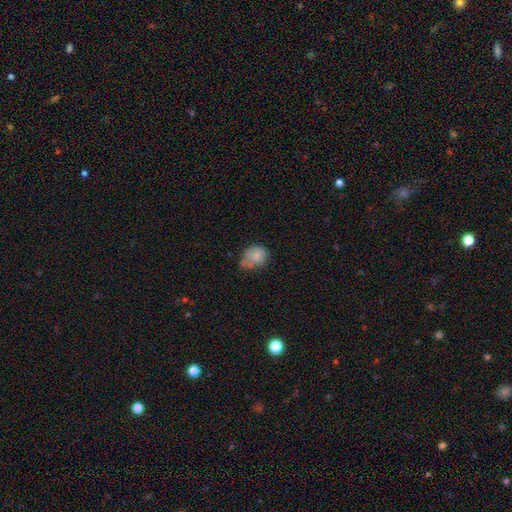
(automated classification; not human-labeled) Smooth or featured?
  - smooth: 75% *
  - featured or disk: 16%
  - star or artifact: 9%
How rounded?
  - round: 53% *
  - in between: 46%
  - cigar-shaped: 1%
Merging?
  - minor disturbance: 36% *
  - none: 34%
  - major disturbance: 17%
  - merger: 13%